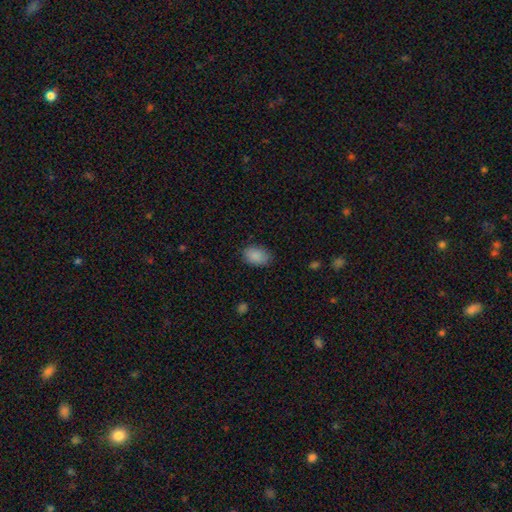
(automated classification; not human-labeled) Q: Smooth or featured?
A: smooth (88%); runner-up: star or artifact (8%)
Q: How rounded?
A: in between (83%); runner-up: round (15%)
Q: Merging?
A: none (82%); runner-up: minor disturbance (14%)